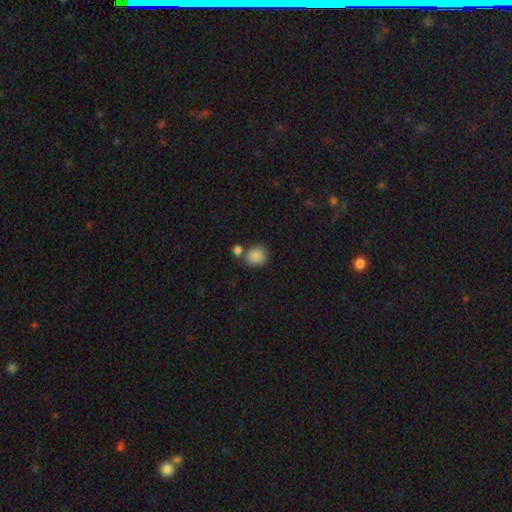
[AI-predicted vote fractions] Smooth or featured? Predicted: smooth (p=0.87). How rounded? Predicted: round (p=0.79). Merging? Predicted: none (p=0.65).